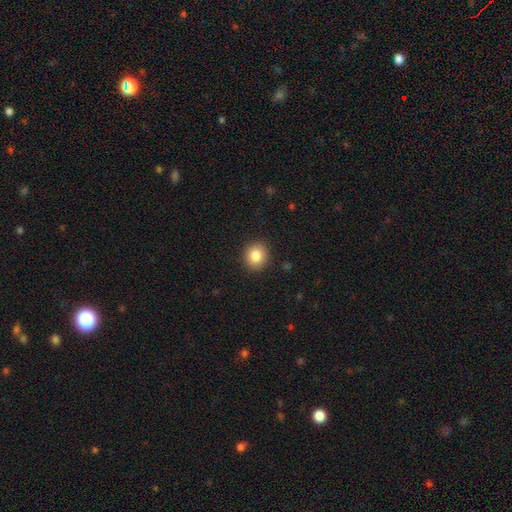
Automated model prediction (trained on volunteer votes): smooth_or_featured: smooth (p=0.84) [alt: star or artifact p=0.10]
how_rounded: round (p=0.82) [alt: in between p=0.17]
merging: none (p=0.91) [alt: minor disturbance p=0.06]